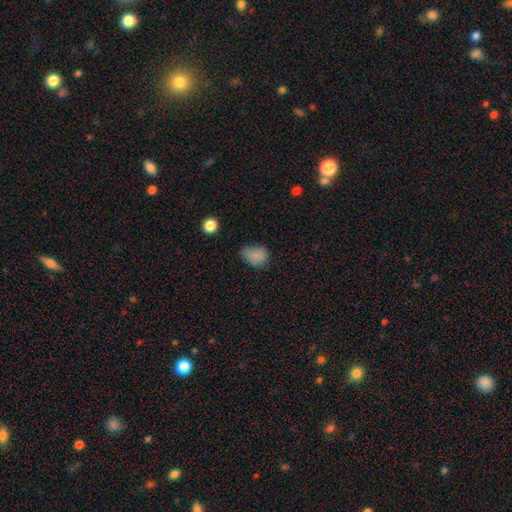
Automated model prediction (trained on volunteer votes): Smooth or featured: smooth — 81% (star or artifact — 12%)
How rounded: in between — 64% (round — 35%)
Merging: none — 55% (minor disturbance — 33%)